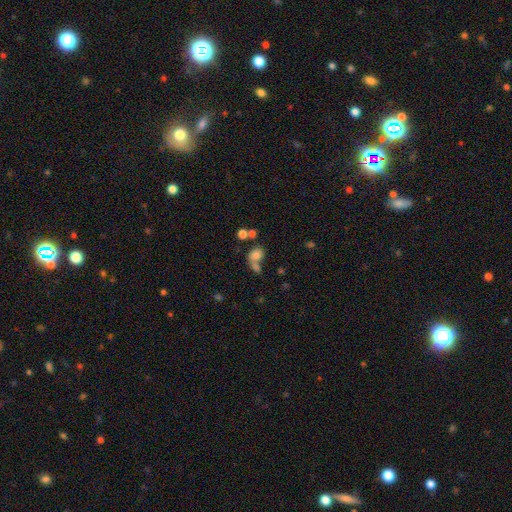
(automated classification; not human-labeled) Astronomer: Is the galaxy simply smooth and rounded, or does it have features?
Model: smooth — 75%.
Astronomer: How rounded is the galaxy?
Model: in between — 56% (runner-up: round, 43%).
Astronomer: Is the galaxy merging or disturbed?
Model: merger — 47% (runner-up: none, 34%).